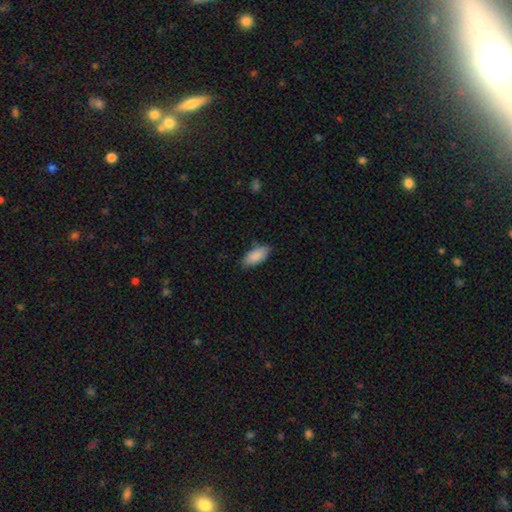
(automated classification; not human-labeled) Morphology: type=smooth (89%); roundness=in between (90%); merging=none (79%).